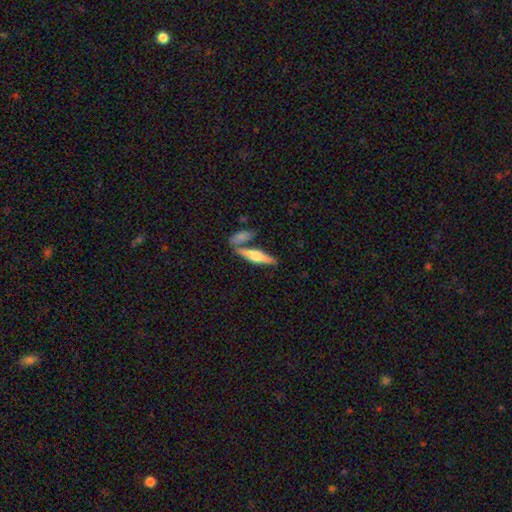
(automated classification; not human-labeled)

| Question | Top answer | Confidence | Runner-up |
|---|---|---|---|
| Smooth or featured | featured or disk | 49% | smooth (46%) |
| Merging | none | 66% | merger (20%) |